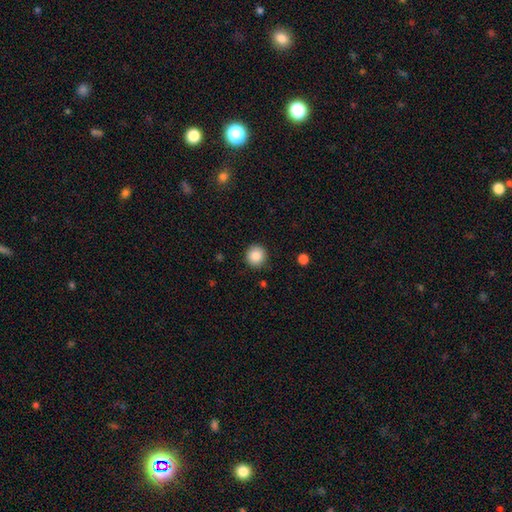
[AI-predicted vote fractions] Smooth or featured: smooth — 87% (star or artifact — 9%)
How rounded: round — 94% (in between — 5%)
Merging: none — 90% (minor disturbance — 7%)